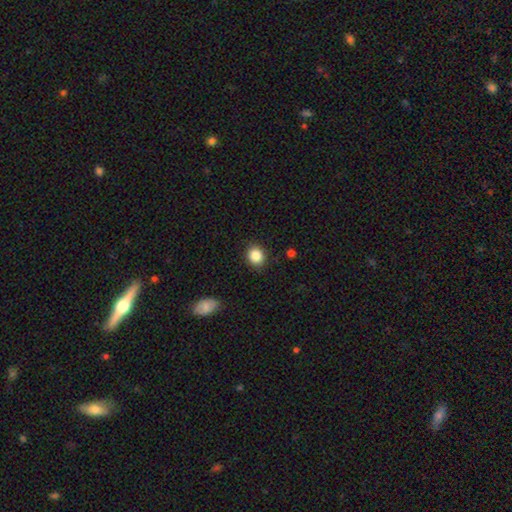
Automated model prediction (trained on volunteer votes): Smooth or featured?
  - smooth: 86% *
  - star or artifact: 9%
  - featured or disk: 4%
How rounded?
  - round: 74% *
  - in between: 25%
  - cigar-shaped: 1%
Merging?
  - none: 88% *
  - minor disturbance: 8%
  - major disturbance: 2%
  - merger: 1%